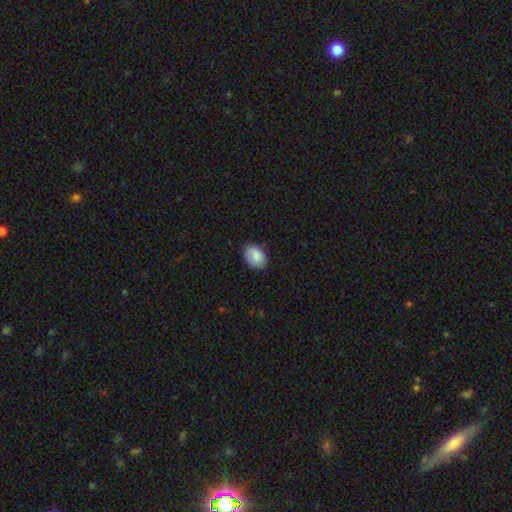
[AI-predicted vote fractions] Morphology: type=smooth (87%); roundness=in between (78%); merging=none (83%).